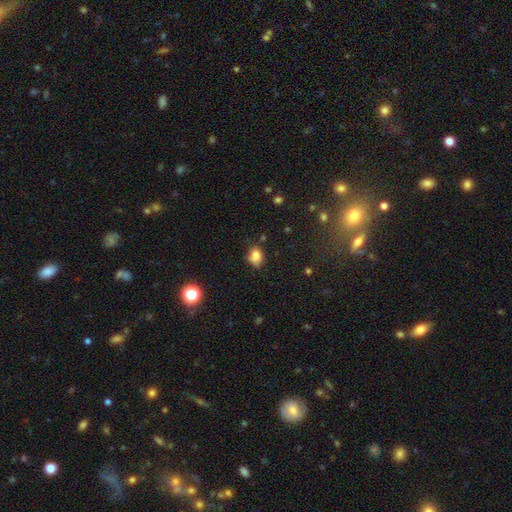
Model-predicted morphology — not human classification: Smooth or featured?
  - smooth: 78% *
  - star or artifact: 13%
  - featured or disk: 10%
How rounded?
  - in between: 51% *
  - round: 48%
  - cigar-shaped: 1%
Merging?
  - none: 56% *
  - minor disturbance: 30%
  - major disturbance: 8%
  - merger: 7%